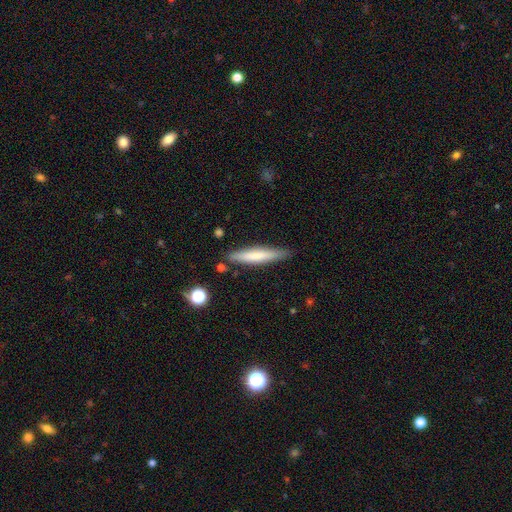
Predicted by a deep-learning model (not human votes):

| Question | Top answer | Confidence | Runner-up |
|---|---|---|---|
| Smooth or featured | smooth | 66% | featured or disk (28%) |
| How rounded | cigar-shaped | 91% | in between (8%) |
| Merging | none | 85% | minor disturbance (10%) |